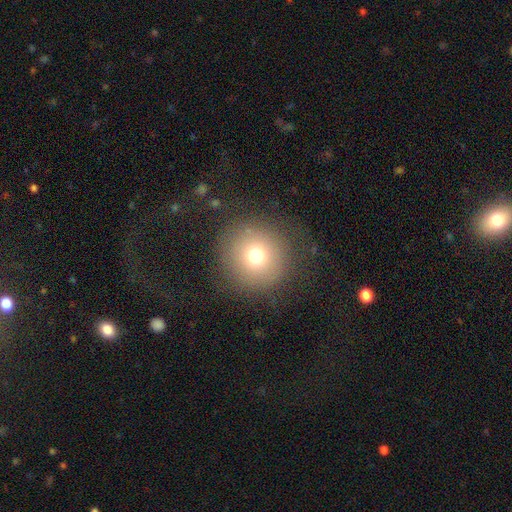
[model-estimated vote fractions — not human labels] This is likely a smooth galaxy (72%). How rounded: clearly round (95%). Merging: clearly none (85%).